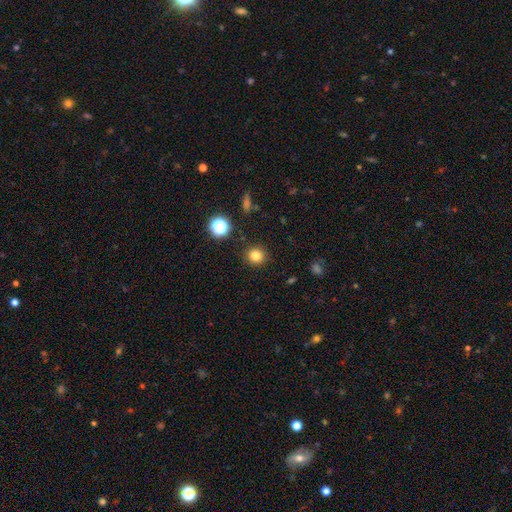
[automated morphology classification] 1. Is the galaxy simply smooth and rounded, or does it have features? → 81% smooth, 14% star or artifact, 5% featured or disk.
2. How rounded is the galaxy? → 89% round, 10% in between, 1% cigar-shaped.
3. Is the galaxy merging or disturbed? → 90% none, 6% minor disturbance, 2% major disturbance, 2% merger.